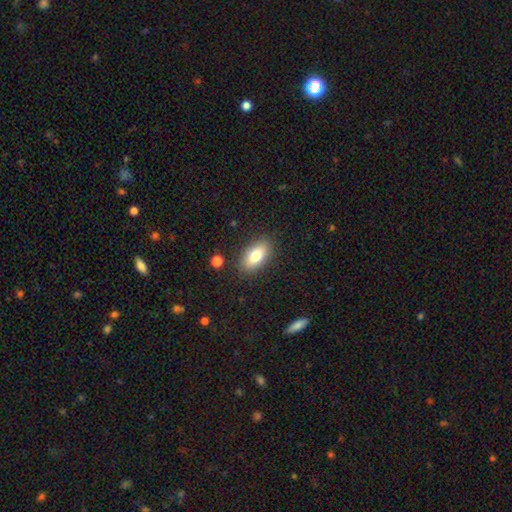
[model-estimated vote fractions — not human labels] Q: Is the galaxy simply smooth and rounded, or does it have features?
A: smooth — 78%.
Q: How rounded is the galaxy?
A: in between — 90%.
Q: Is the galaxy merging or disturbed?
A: none — 85%.